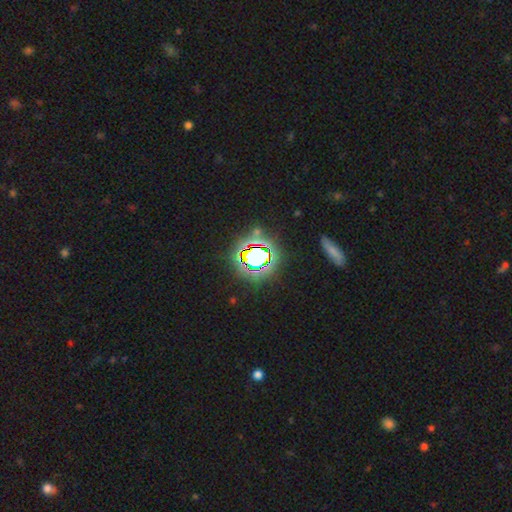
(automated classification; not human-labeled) This appears to be a star or artifact, not a galaxy (69%).